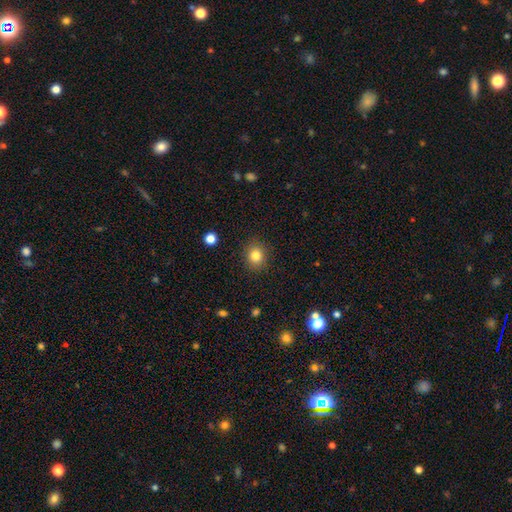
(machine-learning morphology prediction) smooth_or_featured: smooth (p=0.83) [alt: star or artifact p=0.11]
how_rounded: round (p=0.75) [alt: in between p=0.24]
merging: none (p=0.89) [alt: minor disturbance p=0.07]